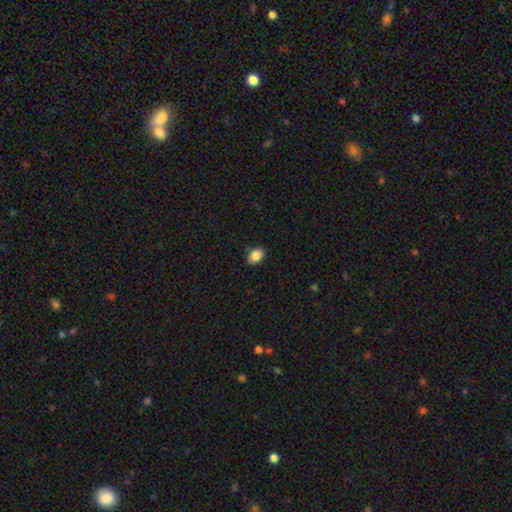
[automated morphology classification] A smooth galaxy with no disk features (86%) that is in between round and cigar-shaped (74%).

Vote fractions:
- Smooth or featured? smooth: 86% / star or artifact: 9% / featured or disk: 6%
- How rounded? in between: 74% / round: 24% / cigar-shaped: 1%
- Merging? none: 86% / minor disturbance: 11% / major disturbance: 2% / merger: 1%